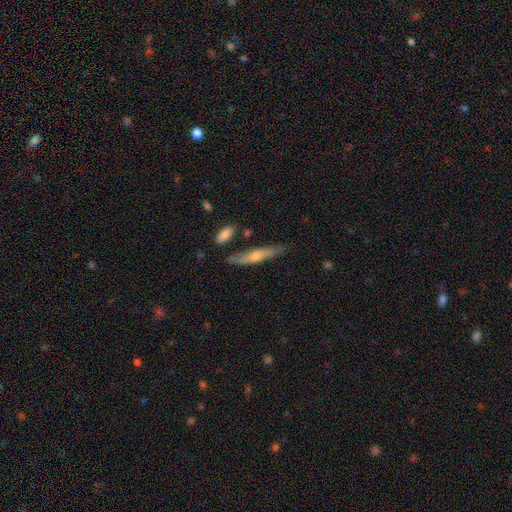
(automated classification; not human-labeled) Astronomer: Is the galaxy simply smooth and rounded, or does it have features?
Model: featured or disk — 51% (runner-up: smooth, 42%).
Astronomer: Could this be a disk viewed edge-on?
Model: yes — 87%.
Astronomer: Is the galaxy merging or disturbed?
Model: none — 78%.